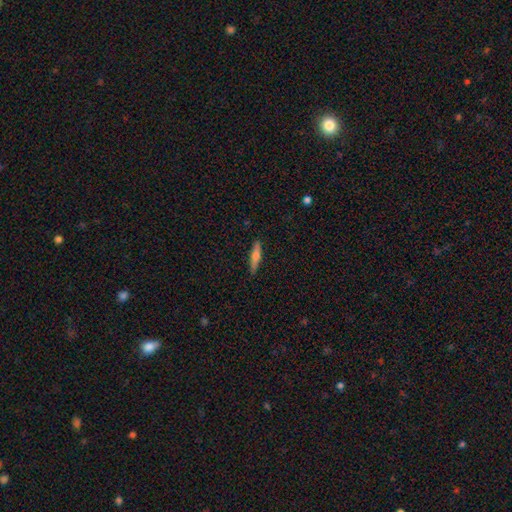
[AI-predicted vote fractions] Smooth or featured: smooth — 58% (featured or disk — 36%)
How rounded: cigar-shaped — 87% (in between — 11%)
Merging: none — 89% (minor disturbance — 8%)